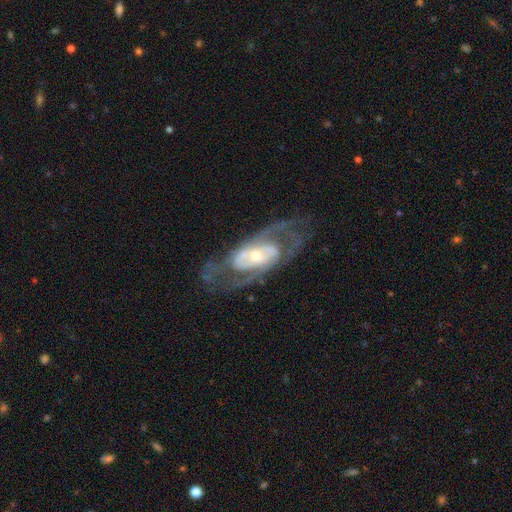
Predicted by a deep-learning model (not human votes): Q: Smooth or featured?
A: featured or disk (87%); runner-up: smooth (8%)
Q: Edge-on disk?
A: no (93%); runner-up: yes (7%)
Q: Bar?
A: no (46%); runner-up: weak (33%)
Q: Spiral arms?
A: yes (91%); runner-up: no (9%)
Q: Spiral winding?
A: medium (46%); runner-up: tight (38%)
Q: Spiral arm count?
A: 2 (71%); runner-up: can't tell (15%)
Q: Bulge size?
A: moderate (48%); runner-up: small (45%)
Q: Merging?
A: none (68%); runner-up: minor disturbance (16%)